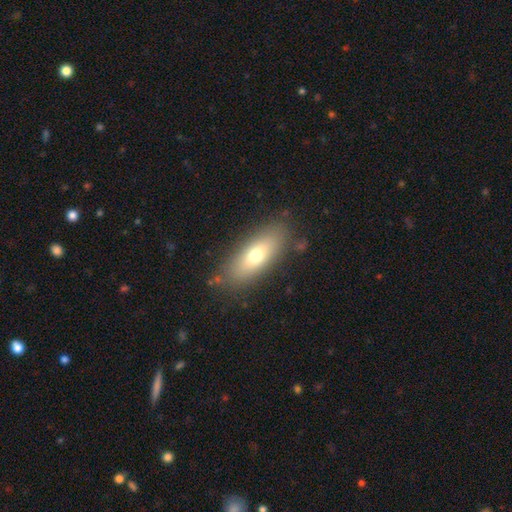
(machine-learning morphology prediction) smooth 66%, featured or disk 25%, star or artifact 8%. Down the decision tree: how rounded — in between (68%); merging — none (83%).